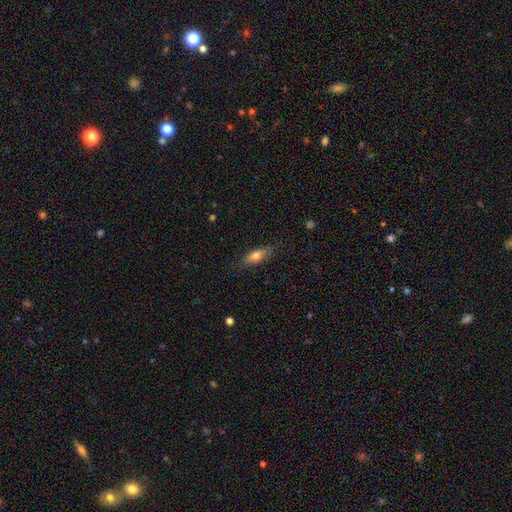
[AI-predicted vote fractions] smooth-or-featured: smooth: 74% | featured or disk: 19% | star or artifact: 7%
  how-rounded: in between: 60% | cigar-shaped: 38% | round: 2%
  merging: none: 80% | minor disturbance: 15% | major disturbance: 3% | merger: 1%